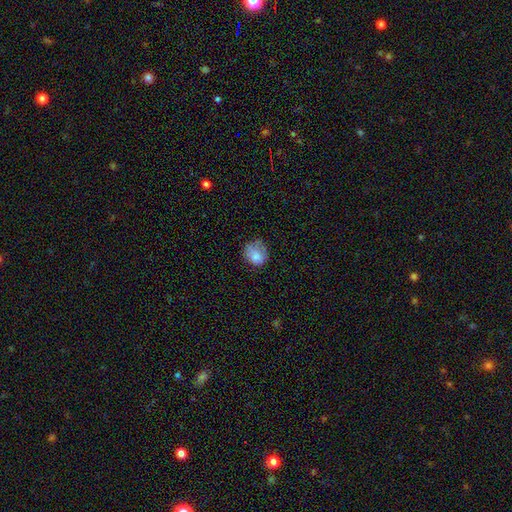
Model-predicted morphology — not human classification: Smooth or featured? Predicted: smooth (p=0.78). How rounded? Predicted: round (p=0.64). Merging? Predicted: none (p=0.50).